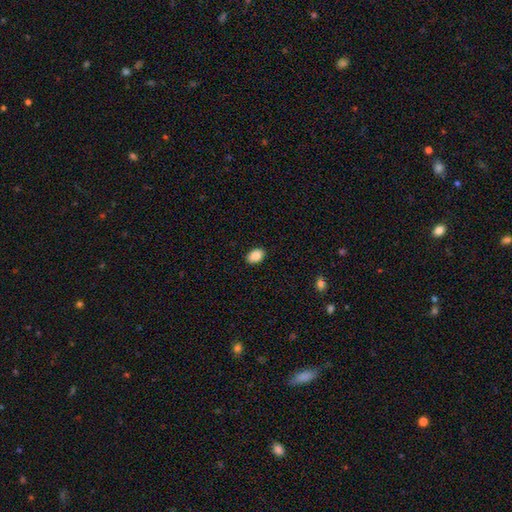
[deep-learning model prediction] smooth-or-featured: smooth: 89% | star or artifact: 7% | featured or disk: 4%
  how-rounded: in between: 88% | round: 11% | cigar-shaped: 1%
  merging: none: 89% | minor disturbance: 8% | major disturbance: 2% | merger: 1%